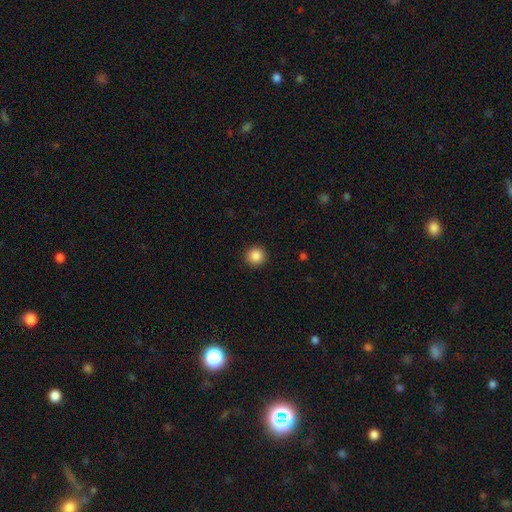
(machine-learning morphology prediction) Smooth or featured?
  - smooth: 87% *
  - star or artifact: 9%
  - featured or disk: 3%
How rounded?
  - round: 95% *
  - in between: 4%
  - cigar-shaped: 1%
Merging?
  - none: 92% *
  - minor disturbance: 5%
  - major disturbance: 2%
  - merger: 1%